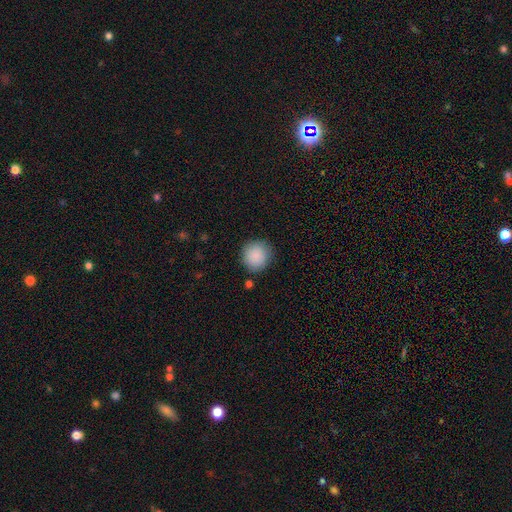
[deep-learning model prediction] Q: Smooth or featured?
A: smooth (89%); runner-up: star or artifact (8%)
Q: How rounded?
A: round (91%); runner-up: in between (8%)
Q: Merging?
A: none (86%); runner-up: minor disturbance (10%)